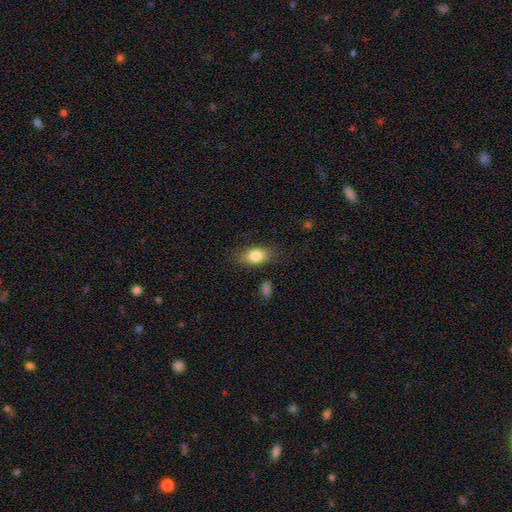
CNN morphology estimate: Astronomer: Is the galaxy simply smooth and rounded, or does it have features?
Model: smooth — 83%.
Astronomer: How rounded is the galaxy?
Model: in between — 86%.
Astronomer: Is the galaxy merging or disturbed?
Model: none — 79%.